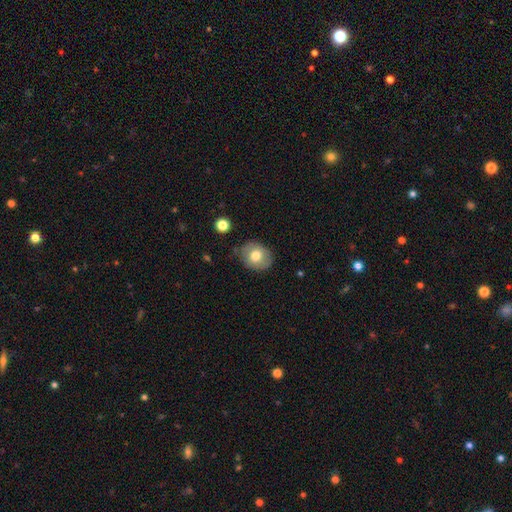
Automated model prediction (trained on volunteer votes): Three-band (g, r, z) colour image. It shows a smooth galaxy with no disk features (71%) that is round (57%). Merging: none (80%).